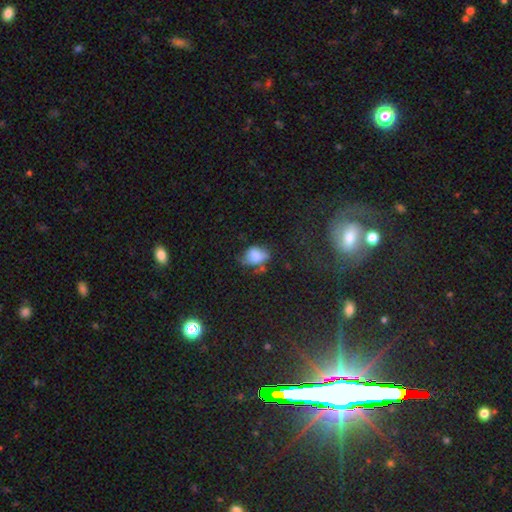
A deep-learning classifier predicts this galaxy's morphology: Smooth or featured? smooth (72%)
How rounded? in between (73%)
Merging? none (40%)